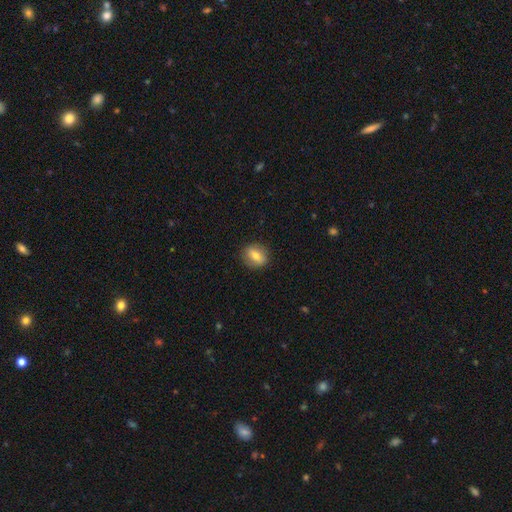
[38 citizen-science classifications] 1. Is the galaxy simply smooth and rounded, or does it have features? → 58% smooth, 39% featured or disk, 3% star or artifact.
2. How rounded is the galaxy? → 55% in between, 45% round, 0% cigar-shaped.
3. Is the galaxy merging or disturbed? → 95% none, 5% minor disturbance, 0% major disturbance, 0% merger.